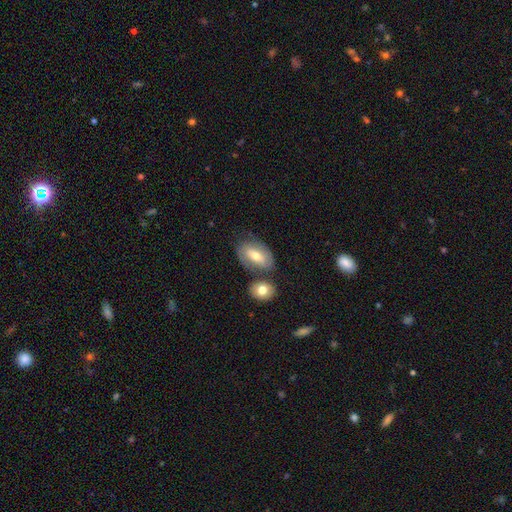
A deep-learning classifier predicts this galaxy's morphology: This appears to be a smooth galaxy with no disk features (50%). Merging: none (57%).